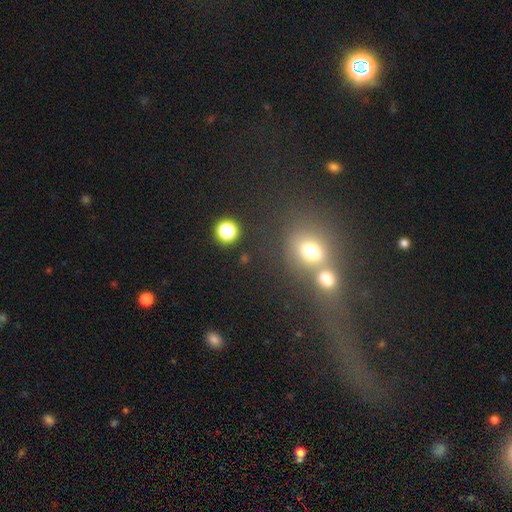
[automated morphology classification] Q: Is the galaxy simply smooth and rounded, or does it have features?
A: smooth — 48%.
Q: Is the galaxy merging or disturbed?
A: merger — 50%.